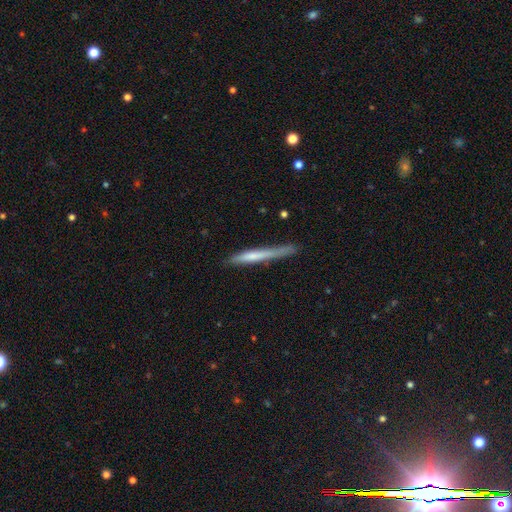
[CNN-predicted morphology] type=smooth (55%); roundness=cigar-shaped (96%); merging=none (69%).